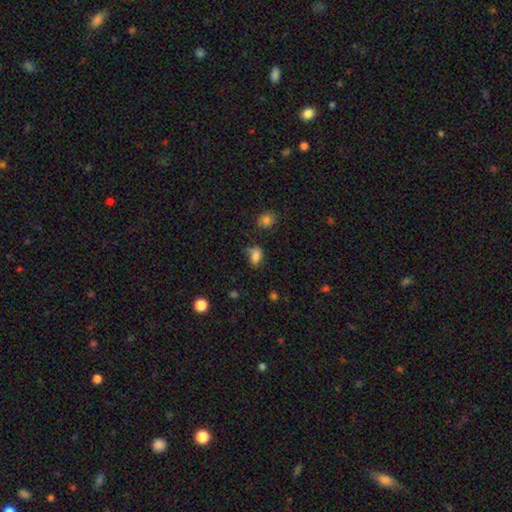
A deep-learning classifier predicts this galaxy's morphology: smooth 79%, star or artifact 12%, featured or disk 9%. Down the decision tree: how rounded — in between (84%); merging — none (50%).